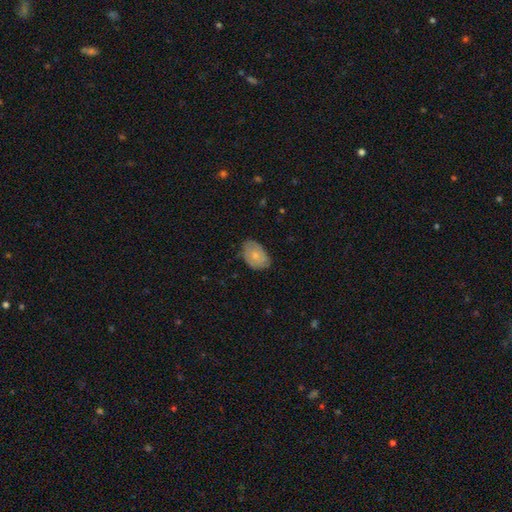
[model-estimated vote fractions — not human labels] smooth-or-featured: smooth: 57% | featured or disk: 37% | star or artifact: 6%
  how-rounded: in between: 84% | round: 15% | cigar-shaped: 1%
  merging: none: 69% | minor disturbance: 25% | major disturbance: 5% | merger: 1%